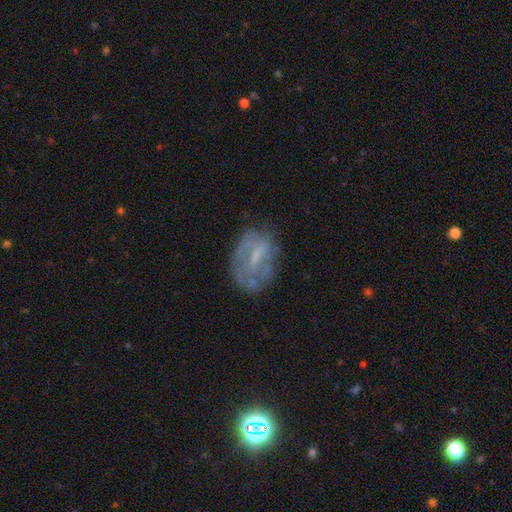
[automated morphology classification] type=featured or disk (59%); edge-on=no (96%); bar=weak (46%); spiral arms=no (63%); bulge=small (41%); merging=none (55%).